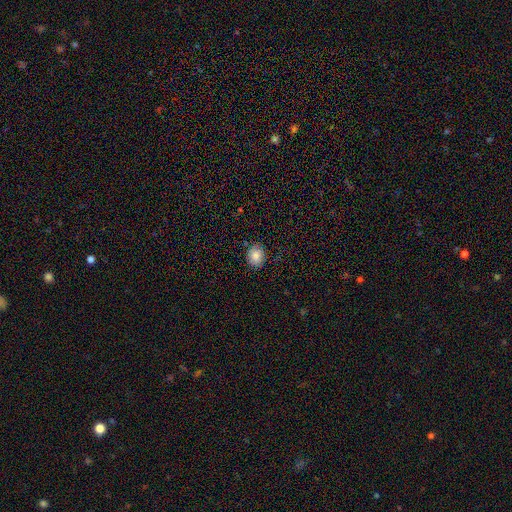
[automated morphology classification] smooth-or-featured: smooth: 83% | star or artifact: 9% | featured or disk: 8%
  how-rounded: round: 58% | in between: 41% | cigar-shaped: 1%
  merging: none: 84% | minor disturbance: 12% | major disturbance: 3% | merger: 1%